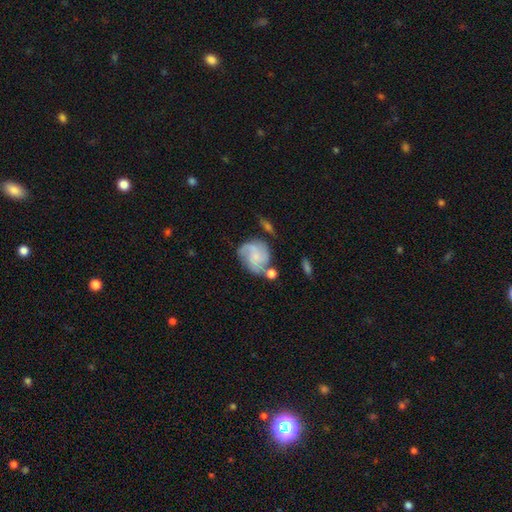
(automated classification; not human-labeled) featured or disk 59%, smooth 34%, star or artifact 7%. Down the decision tree: edge-on disk — no (98%); bar — no (71%); spiral arms — yes (86%); bulge size — small (46%); merging — none (49%).